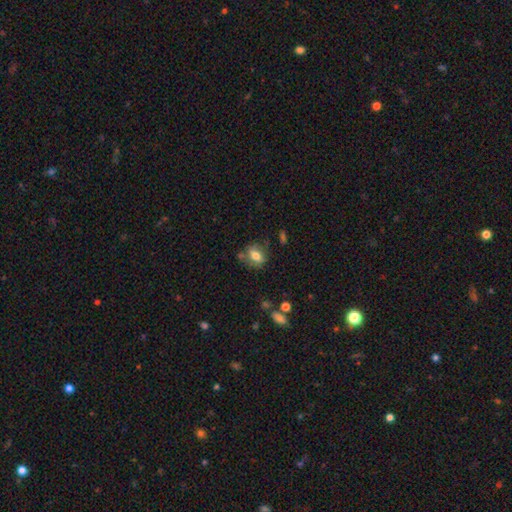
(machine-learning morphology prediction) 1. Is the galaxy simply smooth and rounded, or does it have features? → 71% smooth, 20% featured or disk, 9% star or artifact.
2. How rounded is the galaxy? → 70% in between, 27% round, 3% cigar-shaped.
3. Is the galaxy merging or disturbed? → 64% none, 20% minor disturbance, 9% merger, 7% major disturbance.